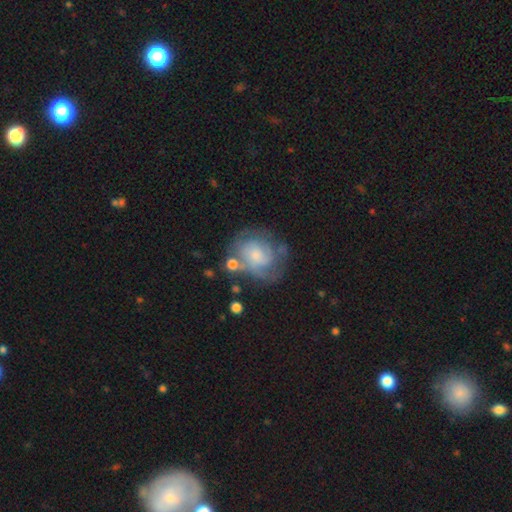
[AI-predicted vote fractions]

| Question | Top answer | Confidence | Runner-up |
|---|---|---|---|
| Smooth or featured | featured or disk | 59% | smooth (33%) |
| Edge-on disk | no | 98% | yes (2%) |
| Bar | no | 74% | weak (23%) |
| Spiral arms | yes | 72% | no (28%) |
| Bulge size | small | 56% | moderate (29%) |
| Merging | none | 50% | minor disturbance (24%) |